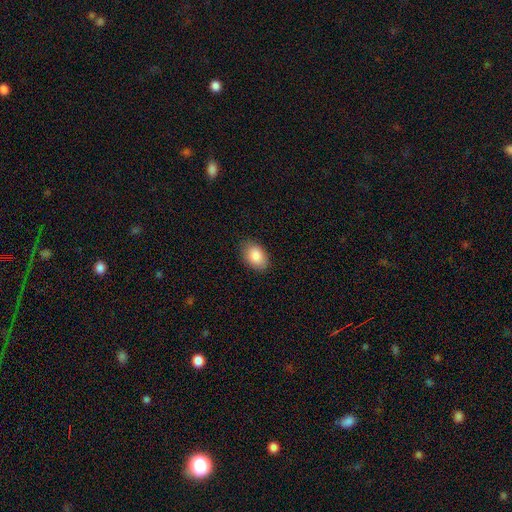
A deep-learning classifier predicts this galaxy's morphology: smooth 86%, star or artifact 7%, featured or disk 7%. Down the decision tree: how rounded — in between (88%); merging — none (85%).